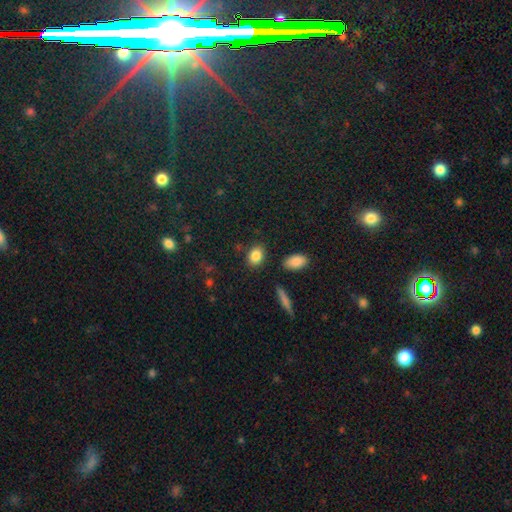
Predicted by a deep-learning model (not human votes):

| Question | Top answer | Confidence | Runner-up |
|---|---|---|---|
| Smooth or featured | smooth | 85% | star or artifact (8%) |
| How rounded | in between | 68% | round (30%) |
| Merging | none | 84% | minor disturbance (10%) |